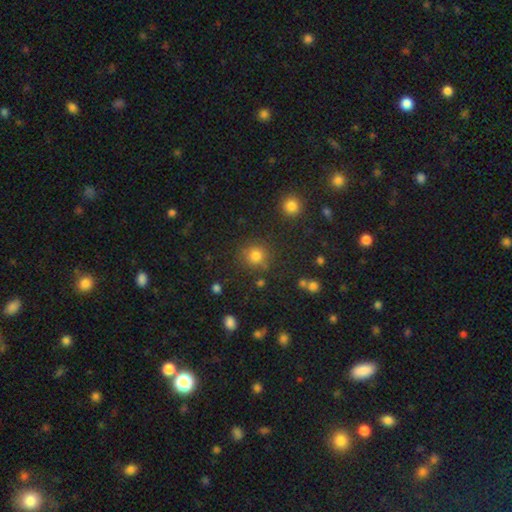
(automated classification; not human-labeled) A smooth galaxy with no disk features (80%) that is round (91%).

Vote fractions:
- Smooth or featured? smooth: 80% / star or artifact: 14% / featured or disk: 6%
- How rounded? round: 91% / in between: 8% / cigar-shaped: 1%
- Merging? none: 83% / minor disturbance: 9% / merger: 4% / major disturbance: 4%